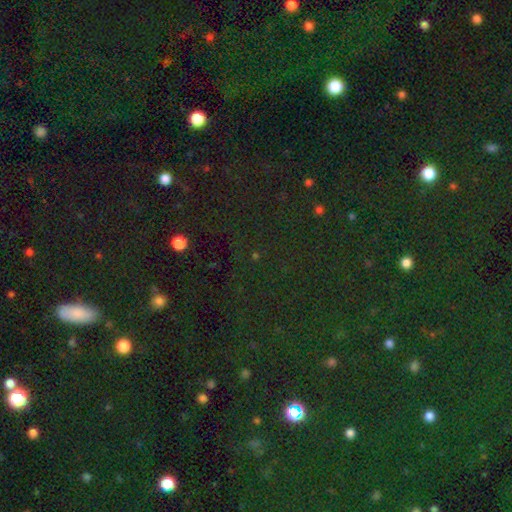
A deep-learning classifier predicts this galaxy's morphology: Q: Smooth or featured?
A: star or artifact (68%); runner-up: smooth (24%)